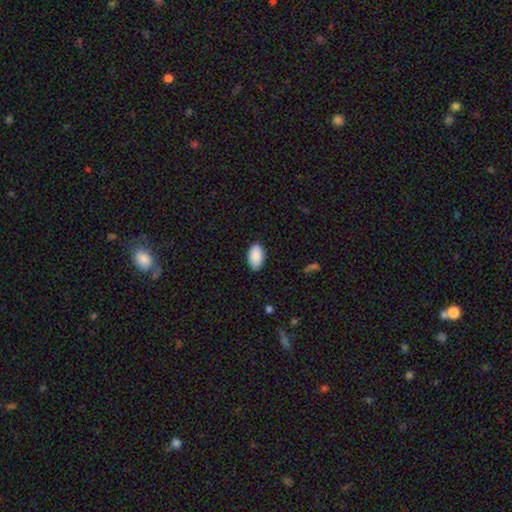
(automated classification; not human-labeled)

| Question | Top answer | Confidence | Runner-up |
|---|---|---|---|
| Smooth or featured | smooth | 90% | star or artifact (6%) |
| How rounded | in between | 95% | round (3%) |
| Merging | none | 85% | minor disturbance (12%) |